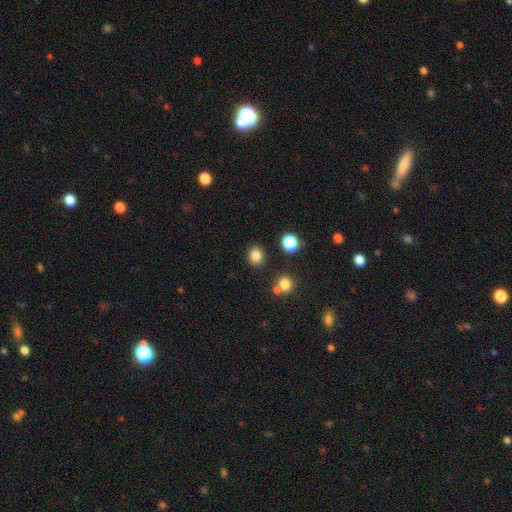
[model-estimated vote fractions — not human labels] smooth 83%, star or artifact 13%, featured or disk 4%. Down the decision tree: how rounded — round (70%); merging — none (84%).